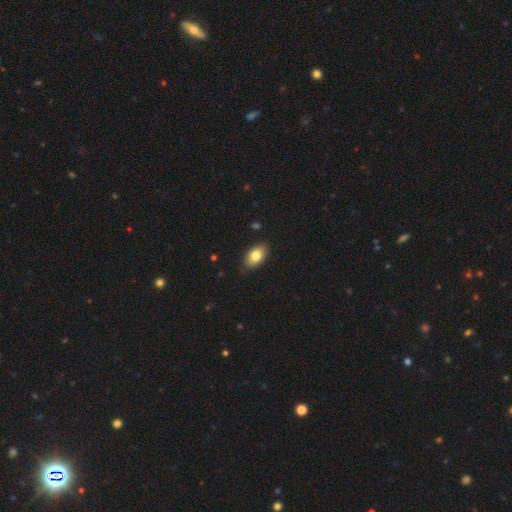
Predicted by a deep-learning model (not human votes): Smooth or featured? smooth (81%)
How rounded? in between (92%)
Merging? none (85%)